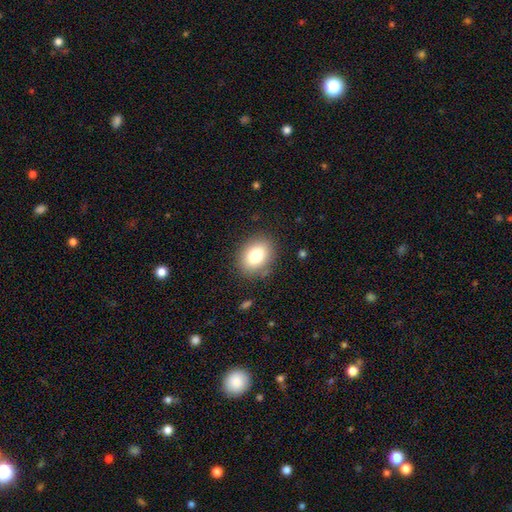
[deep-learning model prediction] Overall: smooth (80%). How rounded: in between (64%; round 35%). Merging: none (85%).